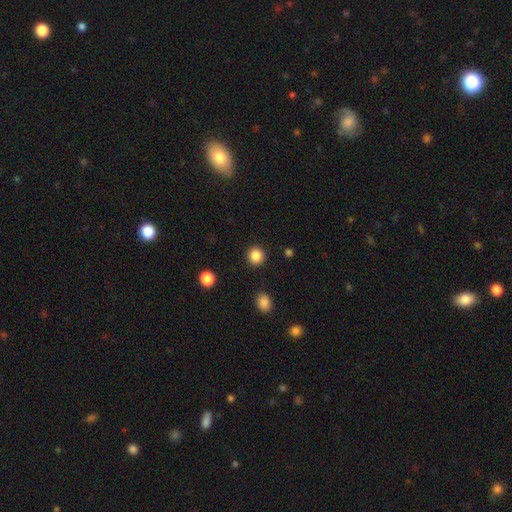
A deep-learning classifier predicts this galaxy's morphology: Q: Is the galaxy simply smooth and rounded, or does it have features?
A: smooth — 86%.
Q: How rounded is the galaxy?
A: round — 92%.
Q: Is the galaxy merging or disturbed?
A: none — 91%.